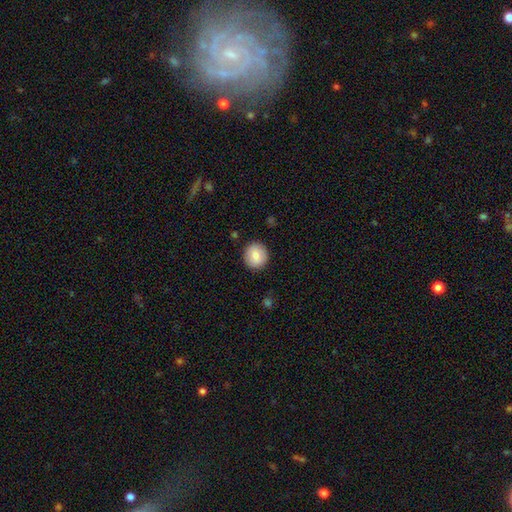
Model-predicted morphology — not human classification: Smooth or featured? smooth (82%)
How rounded? round (90%)
Merging? none (90%)